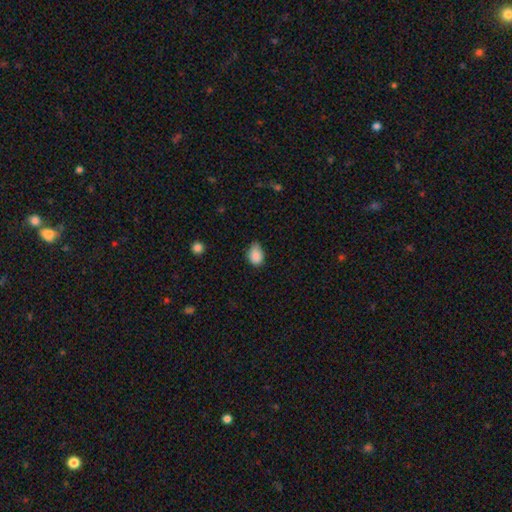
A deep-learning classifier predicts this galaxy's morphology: Smooth or featured: smooth — 87% (star or artifact — 9%)
How rounded: in between — 73% (round — 26%)
Merging: none — 51% (minor disturbance — 42%)